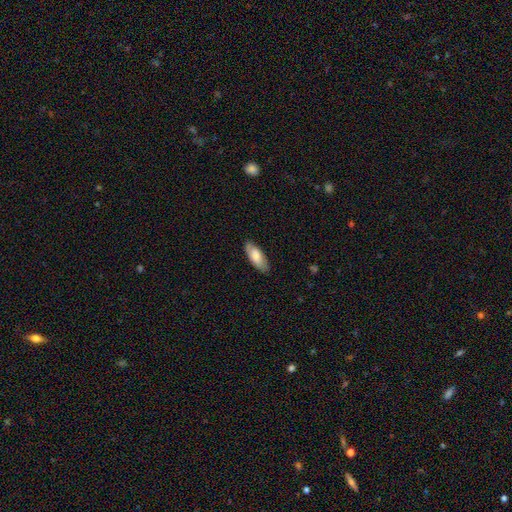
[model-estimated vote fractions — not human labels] A smooth galaxy with no disk features (75%) that is in between round and cigar-shaped (77%).

Vote fractions:
- Smooth or featured? smooth: 75% / featured or disk: 20% / star or artifact: 6%
- How rounded? in between: 77% / cigar-shaped: 21% / round: 2%
- Merging? none: 83% / minor disturbance: 13% / major disturbance: 2% / merger: 1%